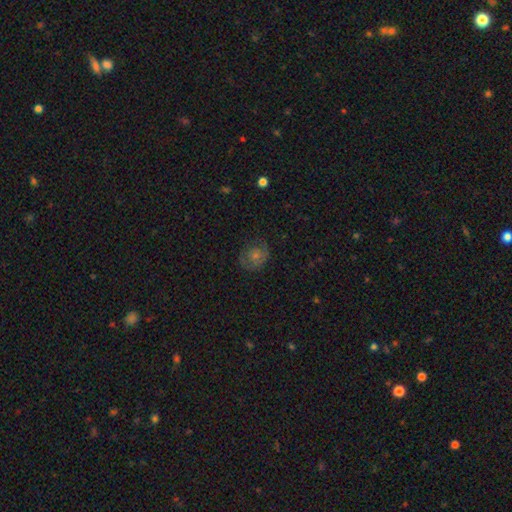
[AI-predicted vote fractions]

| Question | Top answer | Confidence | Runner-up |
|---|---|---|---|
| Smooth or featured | smooth | 45% | featured or disk (38%) |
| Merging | none | 71% | minor disturbance (19%) |